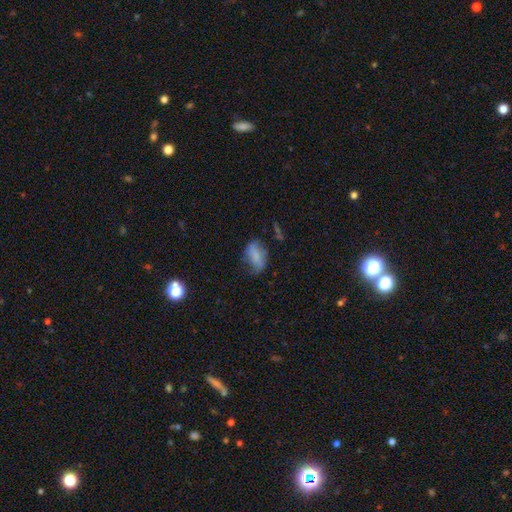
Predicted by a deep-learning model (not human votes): This is likely a smooth galaxy (69%). How rounded: clearly in between (87%). Merging: possibly none (47%).